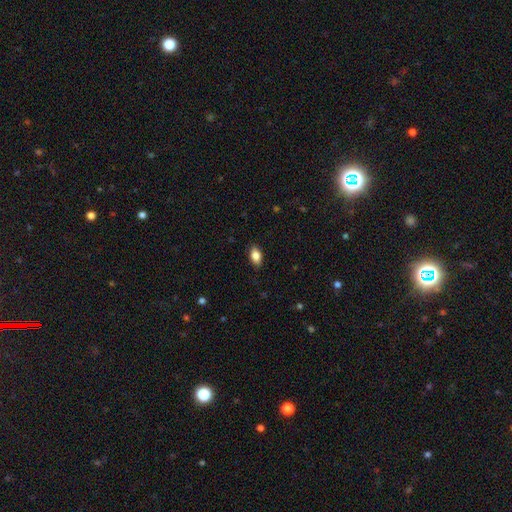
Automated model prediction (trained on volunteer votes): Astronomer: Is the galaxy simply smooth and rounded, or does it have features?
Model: smooth — 82%.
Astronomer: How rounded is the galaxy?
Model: in between — 89%.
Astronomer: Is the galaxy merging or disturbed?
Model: none — 87%.